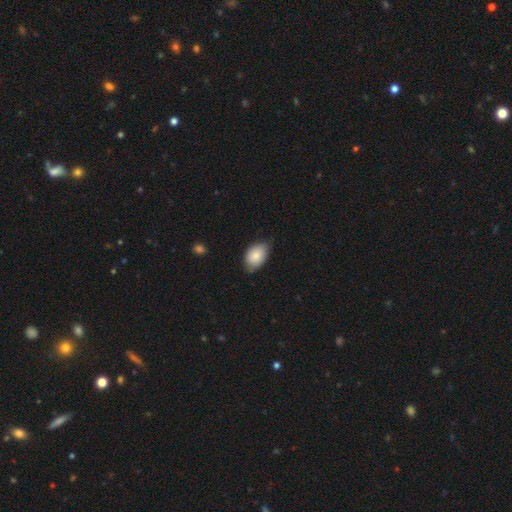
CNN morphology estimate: This appears to be a smooth galaxy with no disk features (84%) that is in between round and cigar-shaped (88%). Merging: none (70%).